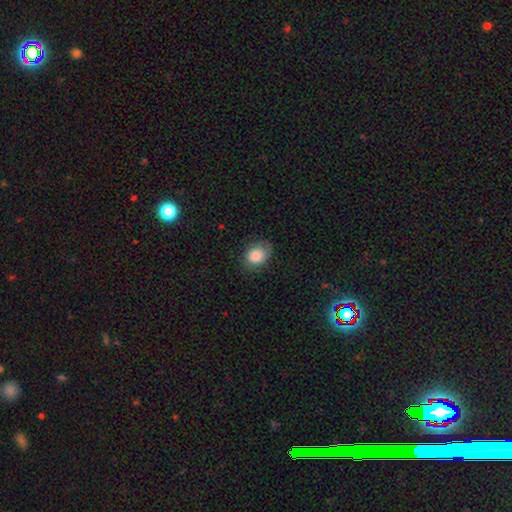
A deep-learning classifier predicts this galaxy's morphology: A smooth galaxy with no disk features (85%) that is in between round and cigar-shaped (58%).

Vote fractions:
- Smooth or featured? smooth: 85% / star or artifact: 8% / featured or disk: 7%
- How rounded? in between: 58% / round: 41% / cigar-shaped: 1%
- Merging? none: 73% / minor disturbance: 20% / major disturbance: 5% / merger: 1%